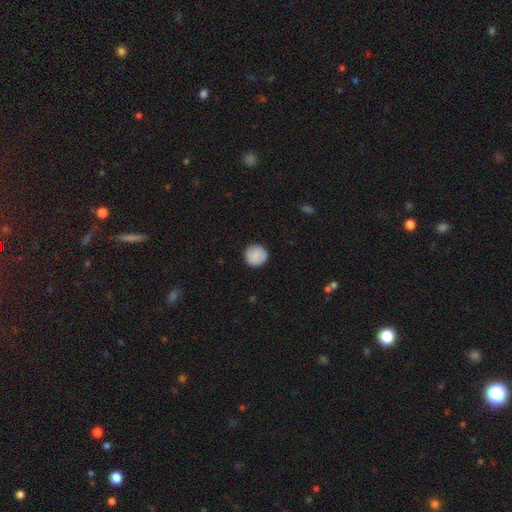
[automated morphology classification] Smooth or featured?
  - smooth: 86% *
  - featured or disk: 7%
  - star or artifact: 7%
How rounded?
  - round: 95% *
  - in between: 4%
  - cigar-shaped: 1%
Merging?
  - none: 91% *
  - minor disturbance: 7%
  - major disturbance: 2%
  - merger: 1%